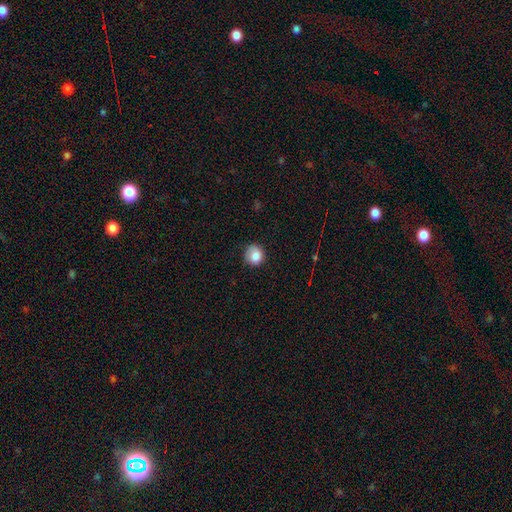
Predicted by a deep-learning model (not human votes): Smooth or featured? smooth (83%)
How rounded? round (82%)
Merging? none (65%)